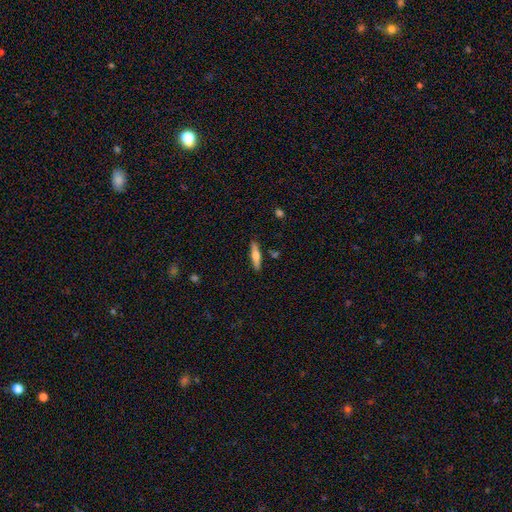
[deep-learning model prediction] Q: Smooth or featured?
A: smooth (54%); runner-up: featured or disk (40%)
Q: How rounded?
A: cigar-shaped (72%); runner-up: in between (26%)
Q: Merging?
A: none (88%); runner-up: minor disturbance (8%)